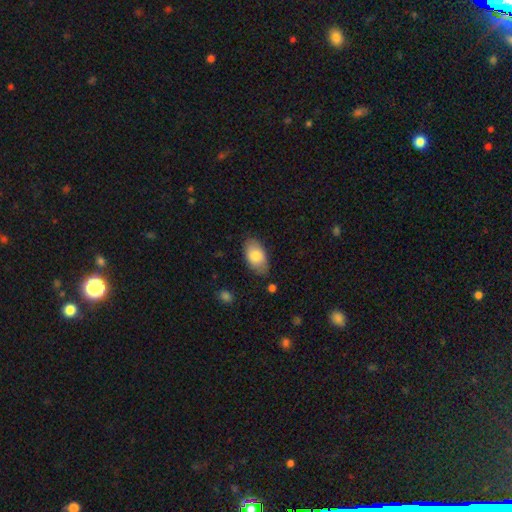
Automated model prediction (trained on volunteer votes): A smooth galaxy with no disk features (80%) that is in between round and cigar-shaped (94%).

Vote fractions:
- Smooth or featured? smooth: 80% / featured or disk: 14% / star or artifact: 6%
- How rounded? in between: 94% / round: 4% / cigar-shaped: 2%
- Merging? none: 79% / minor disturbance: 16% / major disturbance: 3% / merger: 2%